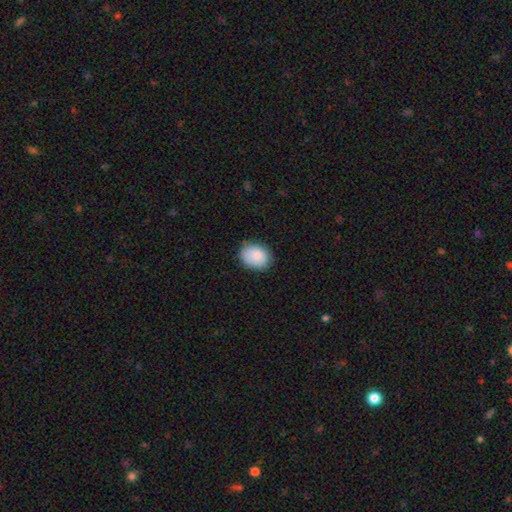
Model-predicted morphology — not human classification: This is clearly a smooth galaxy (85%). How rounded: likely in between (60%). Merging: likely none (77%).